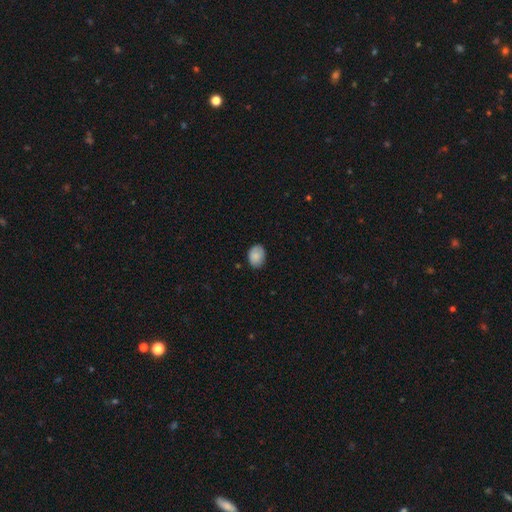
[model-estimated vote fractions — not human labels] smooth 86%, star or artifact 7%, featured or disk 6%. Down the decision tree: how rounded — in between (64%); merging — none (82%).